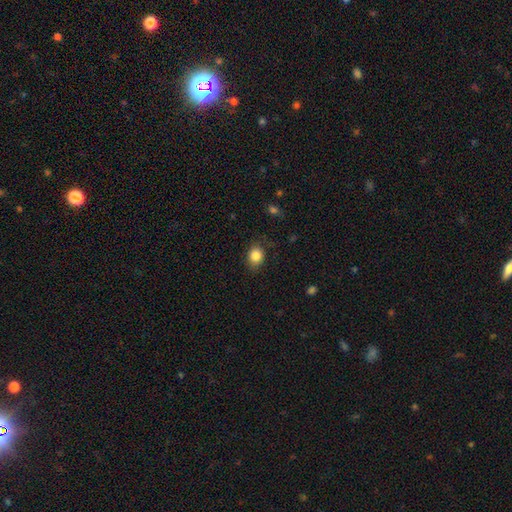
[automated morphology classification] This appears to be a smooth galaxy with no disk features (85%) that is round (56%). Merging: none (79%).